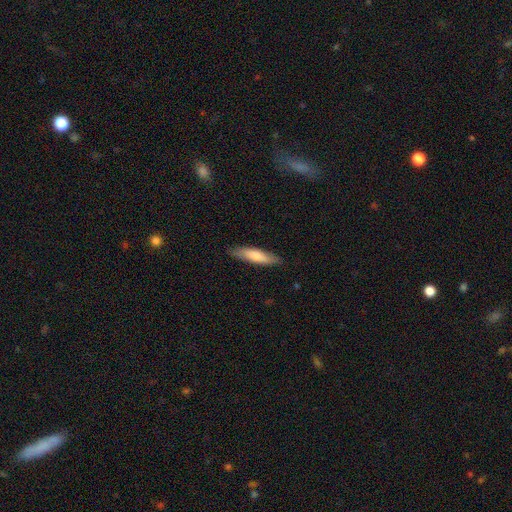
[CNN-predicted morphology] smooth_or_featured: smooth (p=0.72) [alt: featured or disk p=0.23]
how_rounded: cigar-shaped (p=0.73) [alt: in between p=0.26]
merging: none (p=0.85) [alt: minor disturbance p=0.12]